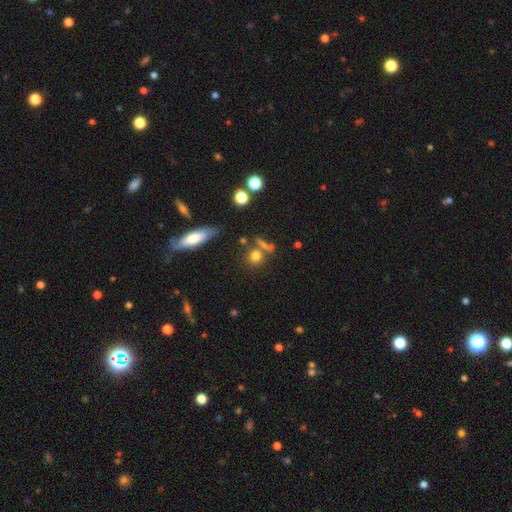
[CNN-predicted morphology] Smooth or featured? Predicted: smooth (p=0.75). How rounded? Predicted: round (p=0.82). Merging? Predicted: none (p=0.66).